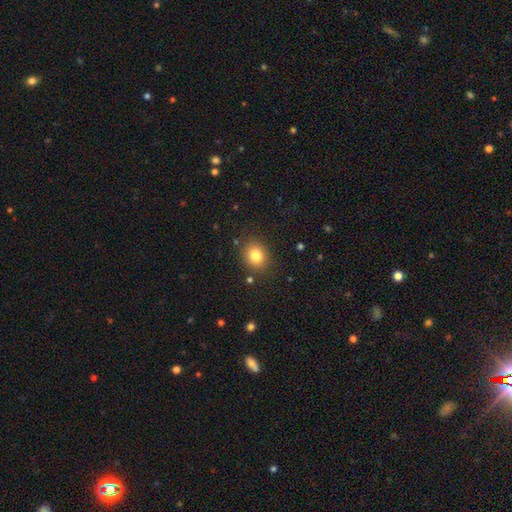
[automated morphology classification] Overall: smooth (81%). How rounded: round (68%; in between 31%). Merging: none (86%).